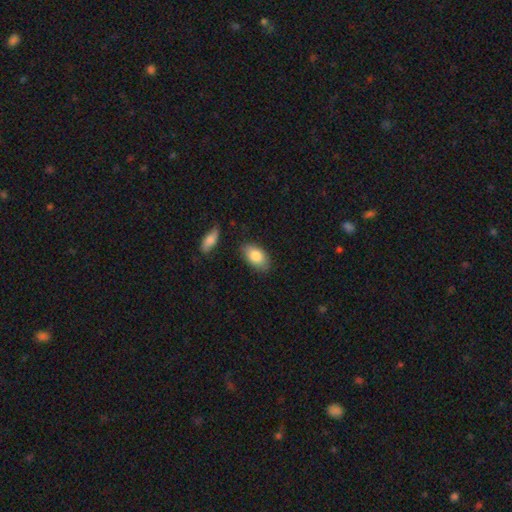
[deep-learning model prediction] smooth 84%, featured or disk 10%, star or artifact 6%. Down the decision tree: how rounded — in between (92%); merging — none (81%).